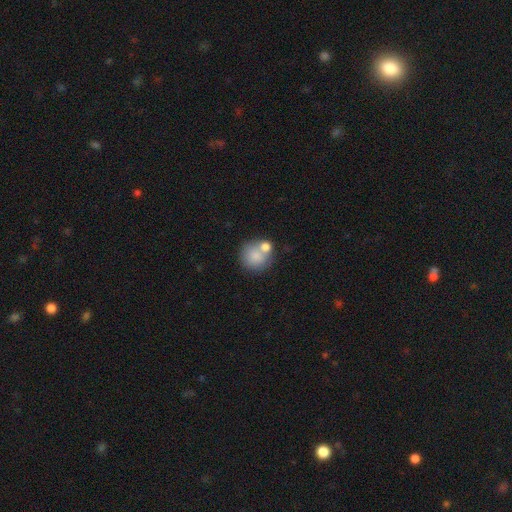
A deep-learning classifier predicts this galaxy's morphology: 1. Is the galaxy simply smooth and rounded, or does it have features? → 79% smooth, 13% featured or disk, 9% star or artifact.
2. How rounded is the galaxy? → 87% round, 12% in between, 1% cigar-shaped.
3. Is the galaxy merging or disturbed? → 50% none, 33% merger, 12% minor disturbance, 5% major disturbance.